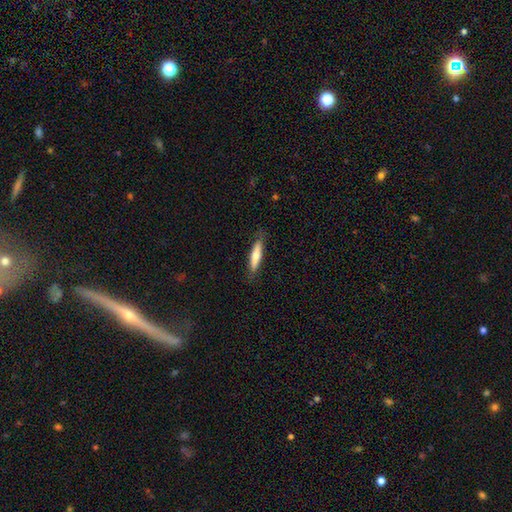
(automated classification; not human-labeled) smooth_or_featured: smooth (p=0.62) [alt: featured or disk p=0.33]
how_rounded: cigar-shaped (p=0.80) [alt: in between p=0.19]
merging: none (p=0.83) [alt: minor disturbance p=0.13]